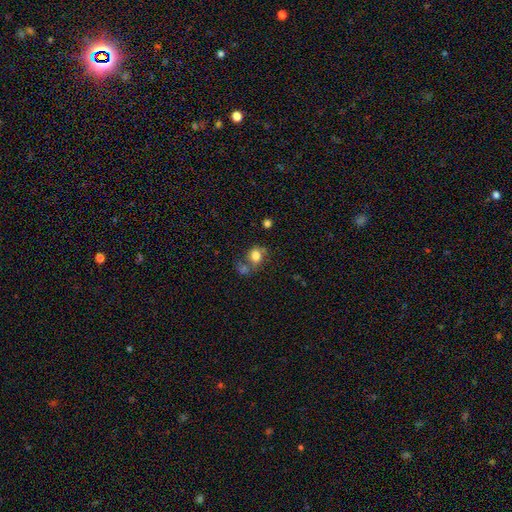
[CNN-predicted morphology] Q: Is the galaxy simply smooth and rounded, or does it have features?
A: smooth — 78%.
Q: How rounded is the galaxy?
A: round — 56%.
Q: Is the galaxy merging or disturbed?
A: none — 48%.